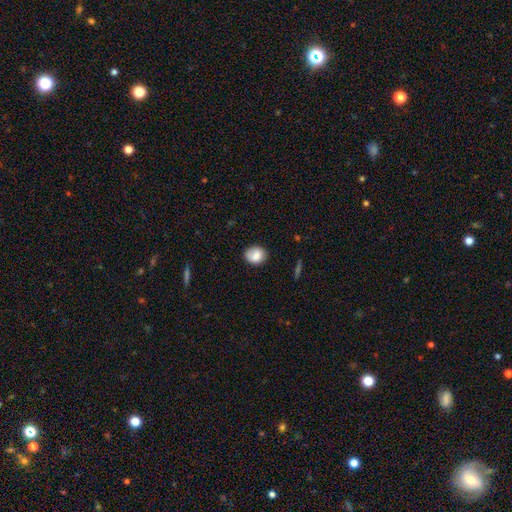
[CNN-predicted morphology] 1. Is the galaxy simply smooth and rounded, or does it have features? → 82% smooth, 11% featured or disk, 8% star or artifact.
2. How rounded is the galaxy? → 66% round, 33% in between, 1% cigar-shaped.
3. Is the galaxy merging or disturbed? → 76% none, 18% minor disturbance, 4% major disturbance, 2% merger.